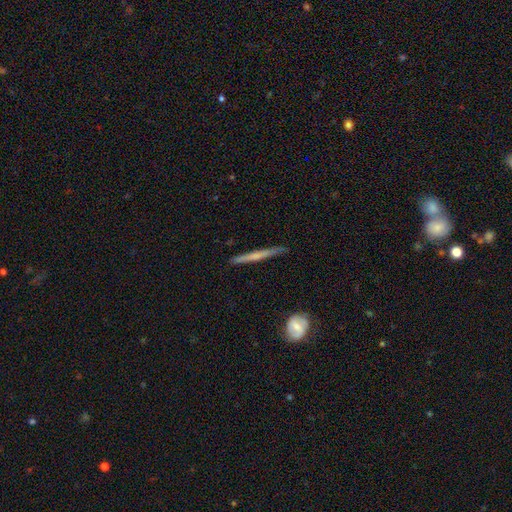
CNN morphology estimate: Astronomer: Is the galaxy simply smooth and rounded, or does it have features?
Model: featured or disk — 51% (runner-up: smooth, 44%).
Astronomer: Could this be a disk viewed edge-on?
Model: yes — 96%.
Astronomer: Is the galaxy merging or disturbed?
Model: none — 86%.